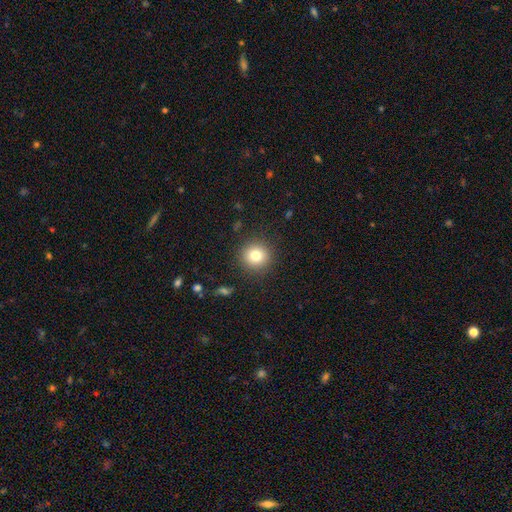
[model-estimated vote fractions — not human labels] smooth_or_featured: smooth (p=0.78) [alt: star or artifact p=0.13]
how_rounded: round (p=0.94) [alt: in between p=0.05]
merging: none (p=0.90) [alt: minor disturbance p=0.06]